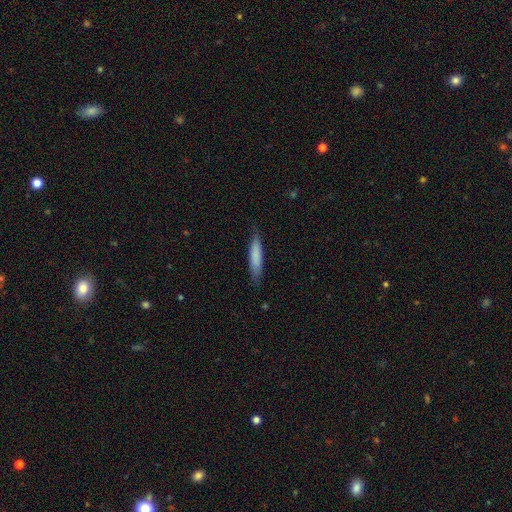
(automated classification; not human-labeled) Overall: smooth (78%). How rounded: cigar-shaped (85%). Merging: none (80%).